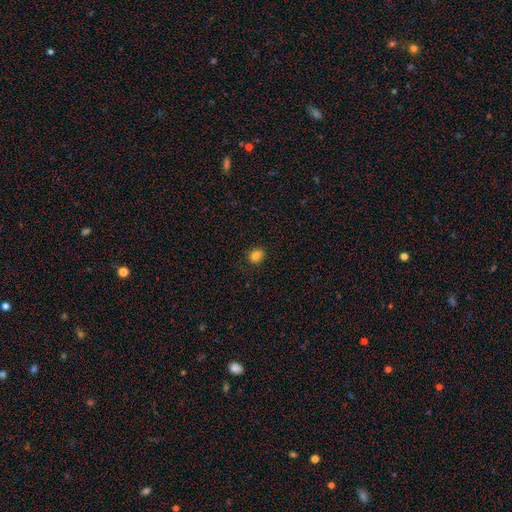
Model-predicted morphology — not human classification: This appears to be a smooth galaxy with no disk features (83%) that is round (56%). Merging: none (87%).